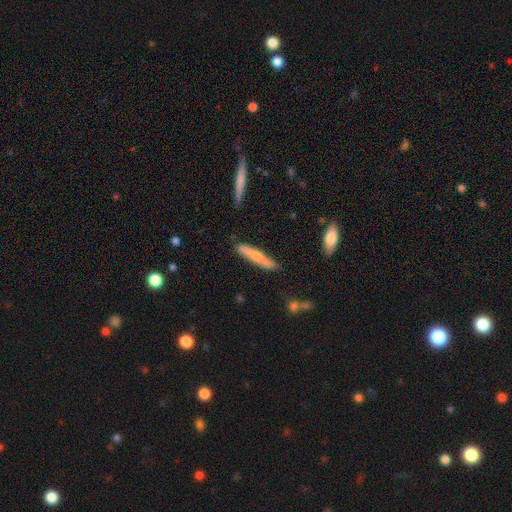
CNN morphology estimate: Overall: smooth (57%; featured or disk 37%). How rounded: cigar-shaped (91%). Merging: none (85%).